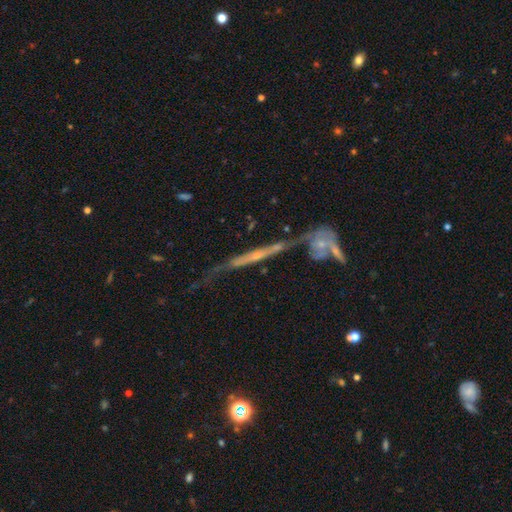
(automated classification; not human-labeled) A featured or disk galaxy (75%) viewed edge-on (81%) with no central bulge (48%).

Vote fractions:
- Smooth or featured? featured or disk: 75% / smooth: 17% / star or artifact: 8%
- Edge-on disk? yes: 81% / no: 19%
- Edge-on bulge? none: 48% / rounded: 42% / boxy: 10%
- Merging? none: 37% / merger: 31% / minor disturbance: 18% / major disturbance: 13%